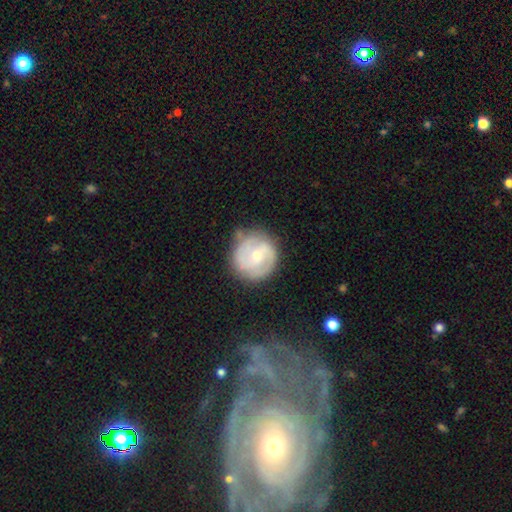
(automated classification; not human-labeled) Smooth or featured?
  - featured or disk: 71% *
  - smooth: 24%
  - star or artifact: 6%
Edge-on disk?
  - no: 98% *
  - yes: 2%
Bar?
  - weak: 47% *
  - no: 43%
  - strong: 10%
Spiral arms?
  - yes: 88% *
  - no: 12%
Spiral winding?
  - medium: 43% *
  - tight: 42%
  - loose: 15%
Spiral arm count?
  - 2: 64% *
  - can't tell: 17%
  - 3: 11%
  - 1: 3%
  - 4: 2%
  - more than 4: 2%
Bulge size?
  - small: 50% *
  - moderate: 45%
  - none: 2%
  - large: 2%
  - dominant: 1%
Merging?
  - none: 73% *
  - minor disturbance: 18%
  - major disturbance: 6%
  - merger: 3%